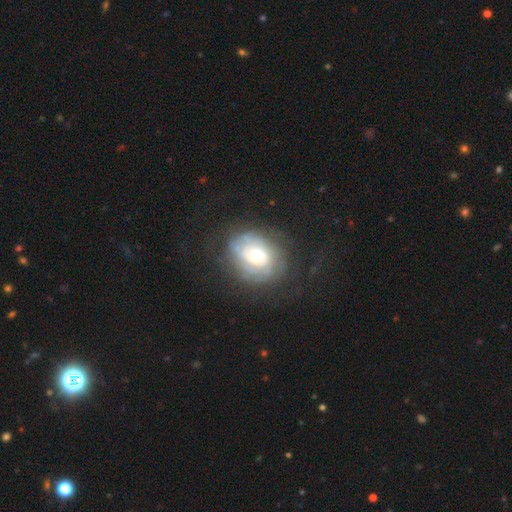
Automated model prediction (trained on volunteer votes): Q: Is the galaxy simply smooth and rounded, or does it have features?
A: featured or disk — 67%.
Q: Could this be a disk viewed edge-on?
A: no — 97%.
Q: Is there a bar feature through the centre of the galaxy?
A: no — 80%.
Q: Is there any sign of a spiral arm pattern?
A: yes — 76%.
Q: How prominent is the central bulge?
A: moderate — 46%.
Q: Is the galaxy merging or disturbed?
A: none — 64%.